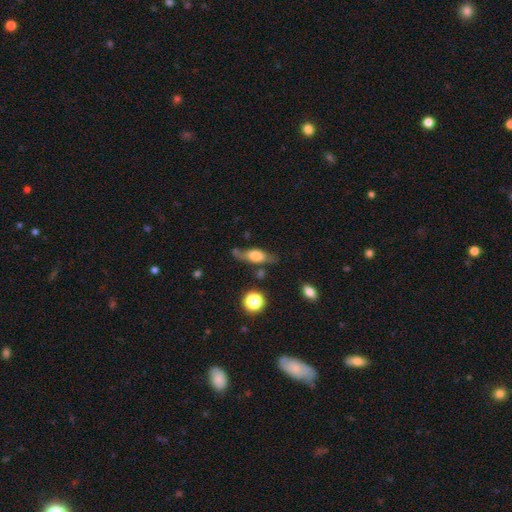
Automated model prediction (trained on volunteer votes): This is possibly a smooth galaxy (57%). How rounded: likely in between (65%). Merging: likely none (62%).